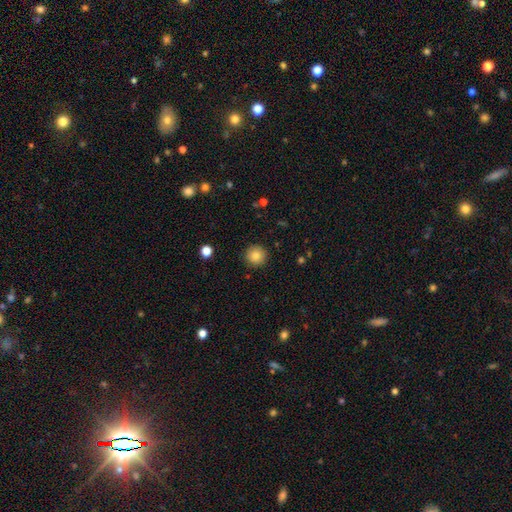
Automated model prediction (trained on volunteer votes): A smooth galaxy with no disk features (85%) that is round (95%).

Vote fractions:
- Smooth or featured? smooth: 85% / star or artifact: 10% / featured or disk: 6%
- How rounded? round: 95% / in between: 4% / cigar-shaped: 1%
- Merging? none: 91% / minor disturbance: 6% / major disturbance: 2% / merger: 1%